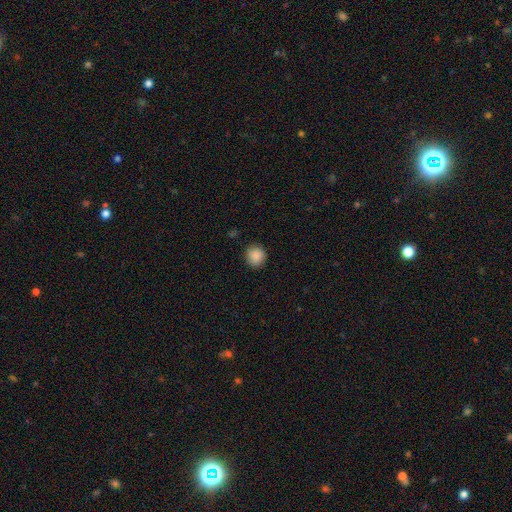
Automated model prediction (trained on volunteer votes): Smooth or featured?
  - smooth: 89% *
  - star or artifact: 8%
  - featured or disk: 3%
How rounded?
  - round: 88% *
  - in between: 11%
  - cigar-shaped: 1%
Merging?
  - none: 88% *
  - minor disturbance: 8%
  - major disturbance: 2%
  - merger: 1%